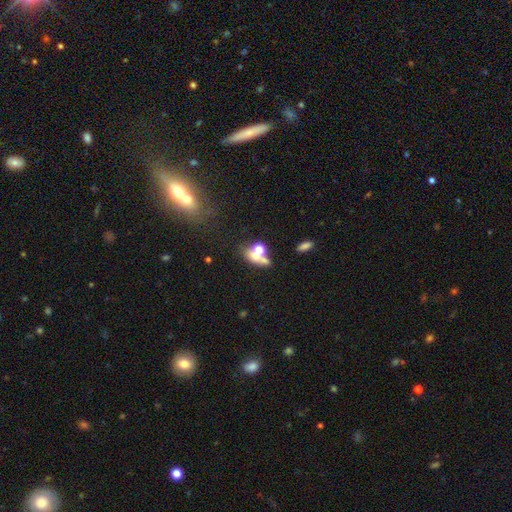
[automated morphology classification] A smooth galaxy with no disk features (53%) that is in between round and cigar-shaped (54%).

Vote fractions:
- Smooth or featured? smooth: 53% / featured or disk: 30% / star or artifact: 17%
- How rounded? in between: 54% / round: 40% / cigar-shaped: 6%
- Merging? merger: 54% / none: 29% / minor disturbance: 9% / major disturbance: 8%